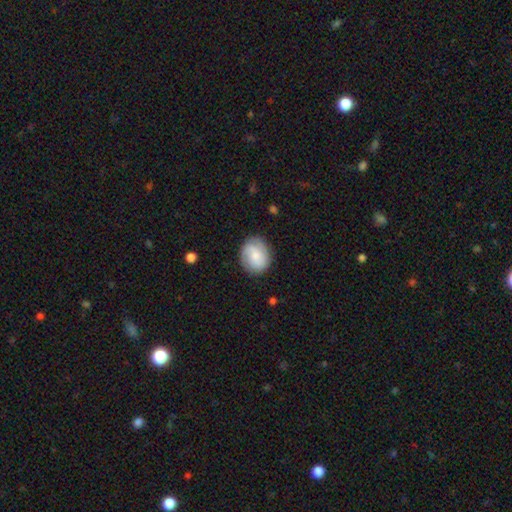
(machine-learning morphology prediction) Smooth or featured? smooth (52%)
How rounded? round (62%)
Merging? none (79%)